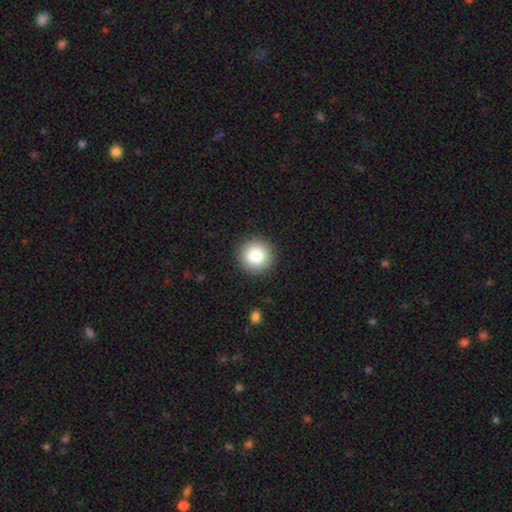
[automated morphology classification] Overall: smooth (85%). How rounded: round (95%). Merging: none (91%).